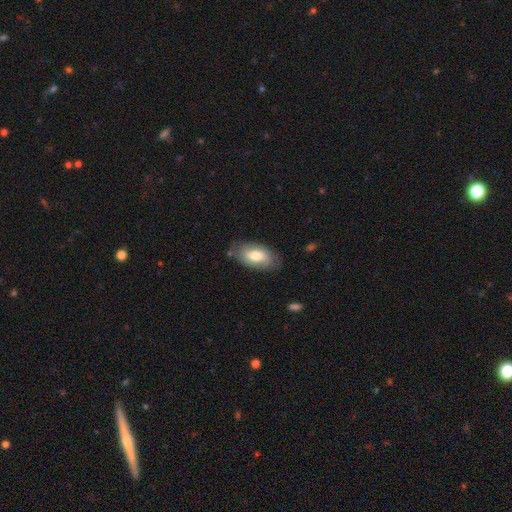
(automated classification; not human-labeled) Q: Smooth or featured?
A: smooth (64%); runner-up: featured or disk (30%)
Q: How rounded?
A: in between (93%); runner-up: round (4%)
Q: Merging?
A: none (76%); runner-up: minor disturbance (17%)